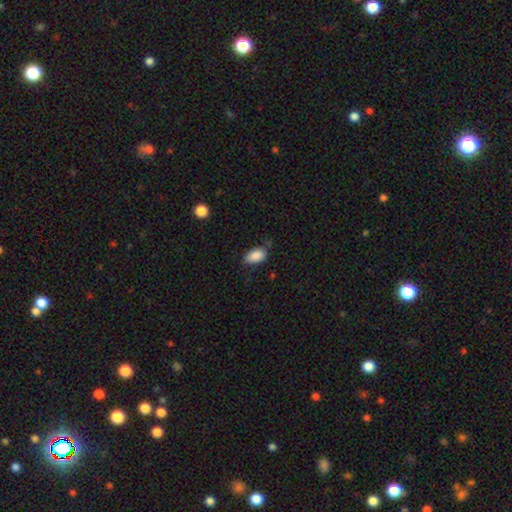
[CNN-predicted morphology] A smooth galaxy with no disk features (88%) that is in between round and cigar-shaped (93%). Merging: none (65%).